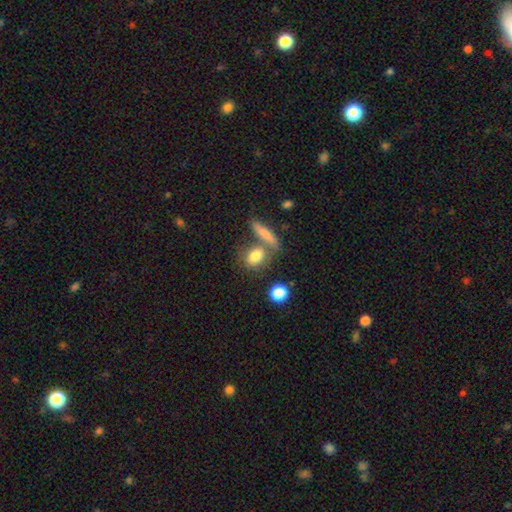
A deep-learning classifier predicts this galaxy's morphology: The model was most divided on "how rounded": in between: 54%, round: 35%, cigar-shaped: 11%. More confident: smooth or featured — smooth (77%); merging — none (52%).